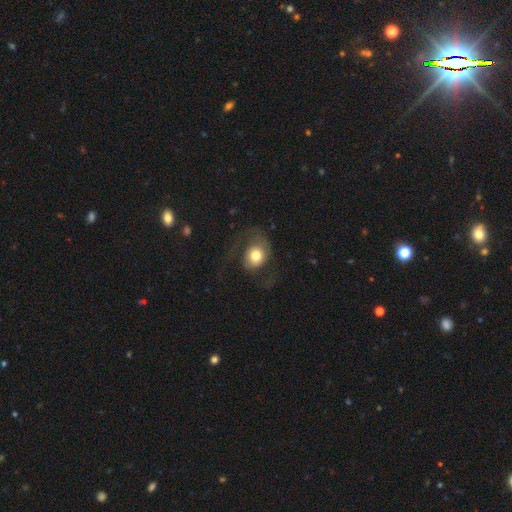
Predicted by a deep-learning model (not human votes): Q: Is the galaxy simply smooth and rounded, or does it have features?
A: smooth — 54%.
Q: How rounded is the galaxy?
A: round — 62%.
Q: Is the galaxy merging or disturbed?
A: none — 40%, tied with major disturbance.